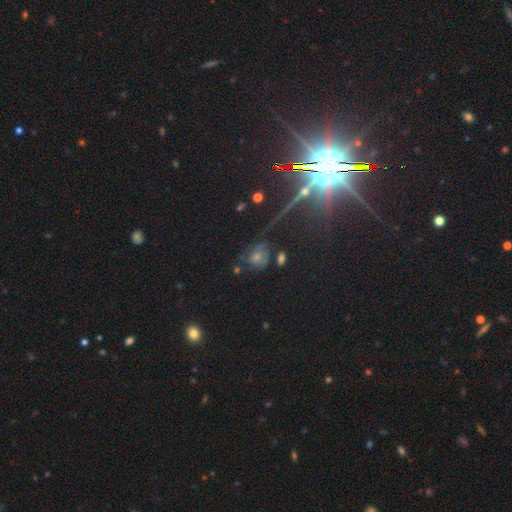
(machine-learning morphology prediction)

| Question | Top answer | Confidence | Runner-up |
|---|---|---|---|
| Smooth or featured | star or artifact | 44% | featured or disk (29%) |